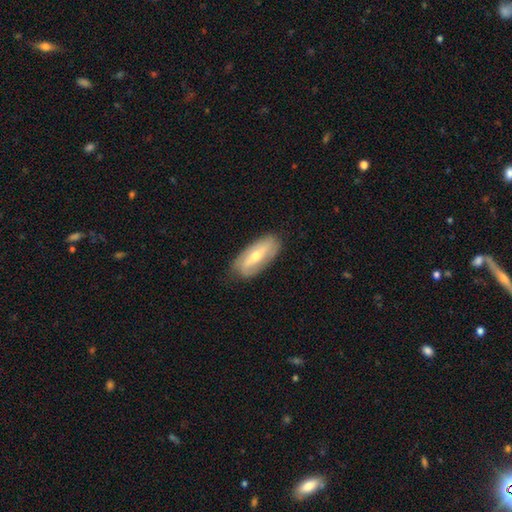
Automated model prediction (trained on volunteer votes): Overall: featured or disk (53%; smooth 41%). Edge-on disk: no (81%). Merging: none (78%).